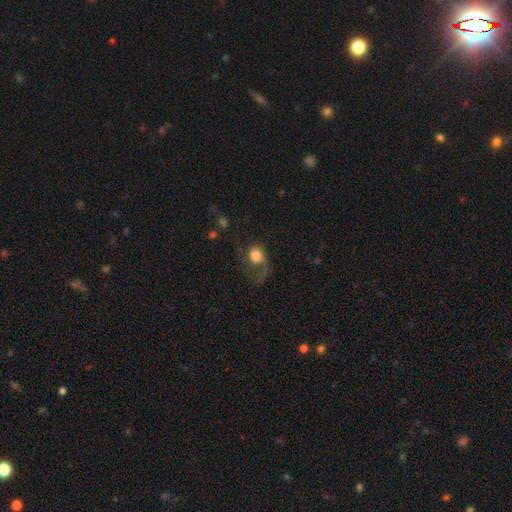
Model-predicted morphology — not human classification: Smooth or featured? Predicted: smooth (p=0.72). How rounded? Predicted: round (p=0.71). Merging? Predicted: major disturbance (p=0.41).